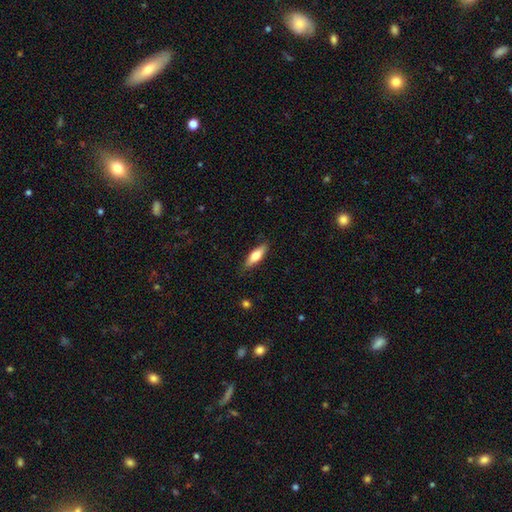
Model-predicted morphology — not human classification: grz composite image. It shows a smooth galaxy with no disk features (67%) that is in between round and cigar-shaped (50%). Merging: none (84%).